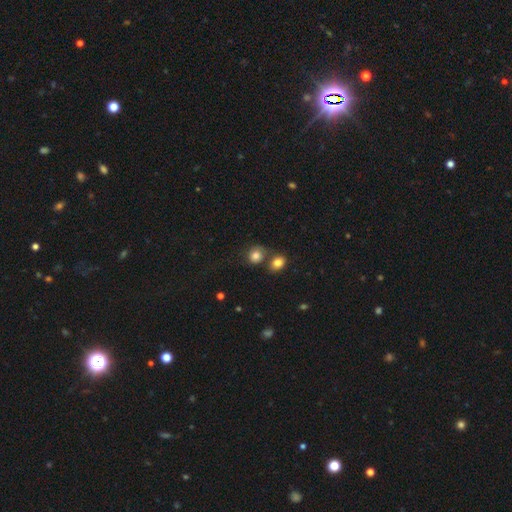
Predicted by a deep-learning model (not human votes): smooth_or_featured: smooth (p=0.81) [alt: star or artifact p=0.11]
how_rounded: round (p=0.66) [alt: in between p=0.32]
merging: none (p=0.56) [alt: merger p=0.27]